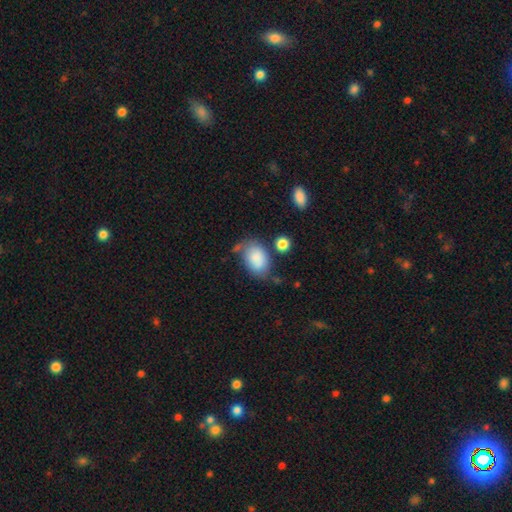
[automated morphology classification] Overall: smooth (82%). How rounded: in between (84%). Merging: none (52%; minor disturbance 26%).